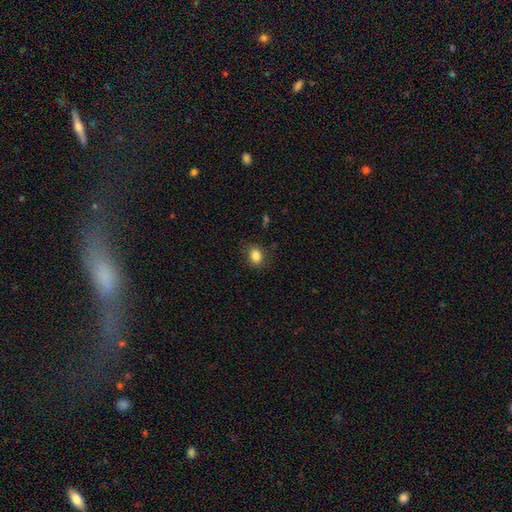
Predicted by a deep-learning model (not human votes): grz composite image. It shows a smooth galaxy with no disk features (85%) that is in between round and cigar-shaped (61%). Merging: none (82%).